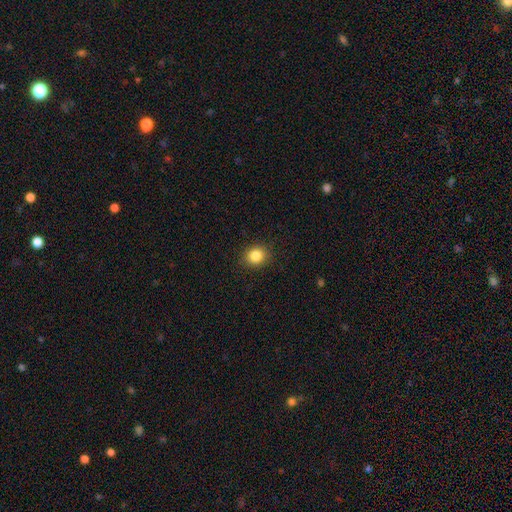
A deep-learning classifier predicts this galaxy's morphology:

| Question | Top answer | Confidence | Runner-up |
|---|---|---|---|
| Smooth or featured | smooth | 85% | star or artifact (10%) |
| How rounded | round | 77% | in between (23%) |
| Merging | none | 90% | minor disturbance (7%) |